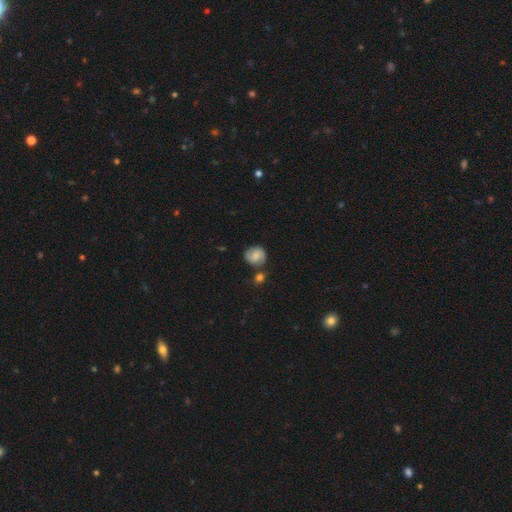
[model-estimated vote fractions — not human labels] Smooth or featured? Predicted: smooth (p=0.55). How rounded? Predicted: round (p=0.80). Merging? Predicted: none (p=0.66).